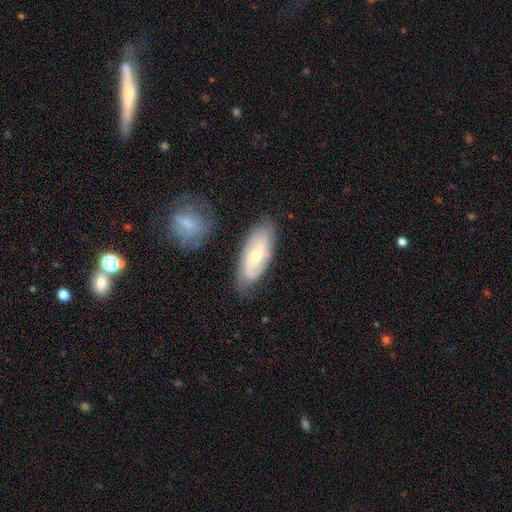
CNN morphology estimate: Overall: featured or disk (61%; smooth 33%). Edge-on disk: no (88%). Bar: no (54%; weak 36%). Spiral arms: yes (83%). Bulge size: small (49%; moderate 47%). Merging: none (77%).